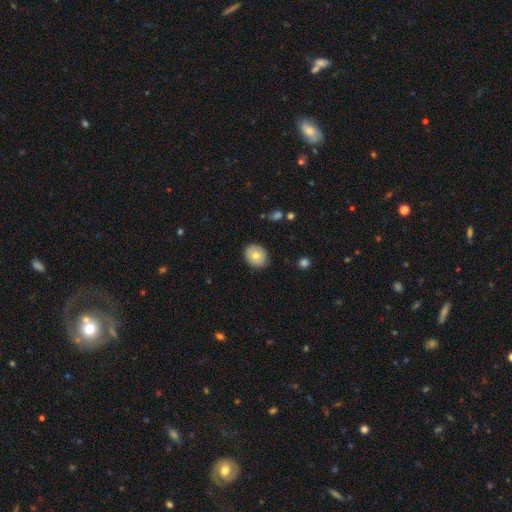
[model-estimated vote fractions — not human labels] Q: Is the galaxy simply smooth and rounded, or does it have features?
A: smooth — 73%.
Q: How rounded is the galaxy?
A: round — 52%.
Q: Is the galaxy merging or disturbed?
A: none — 86%.